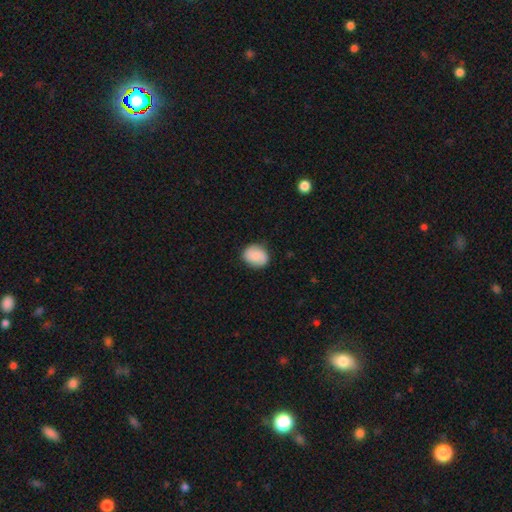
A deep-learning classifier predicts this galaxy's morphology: type=smooth (71%); roundness=round (62%); merging=none (84%).